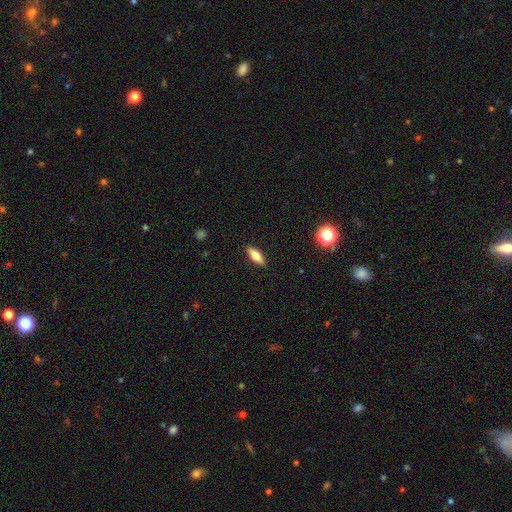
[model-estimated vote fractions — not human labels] Morphology: type=smooth (60%); roundness=in between (59%); merging=none (89%).